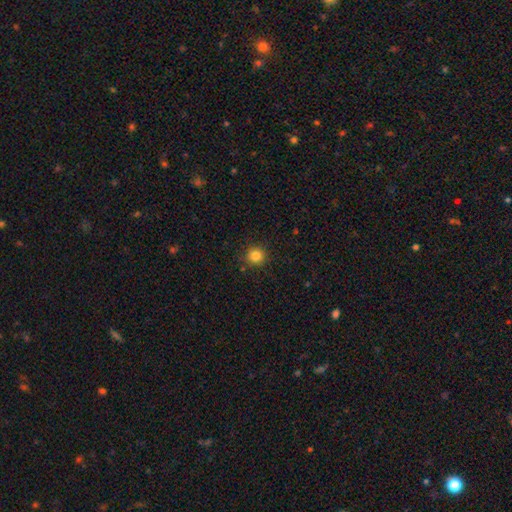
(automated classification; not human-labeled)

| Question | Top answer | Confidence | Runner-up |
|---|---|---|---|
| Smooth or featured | smooth | 83% | star or artifact (12%) |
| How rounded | round | 93% | in between (6%) |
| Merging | none | 90% | minor disturbance (7%) |